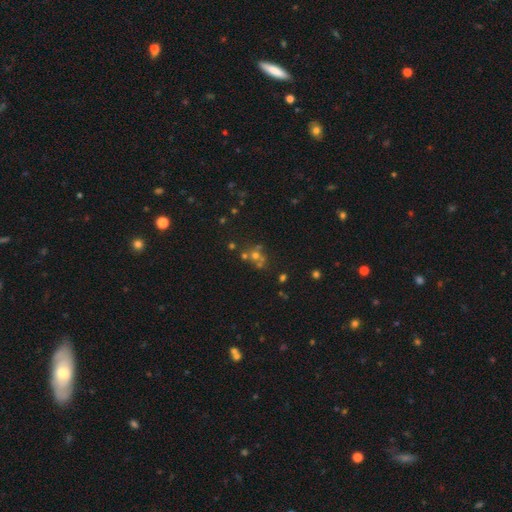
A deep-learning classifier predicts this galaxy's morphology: The model was most divided on "smooth or featured": smooth: 45%, star or artifact: 34%, featured or disk: 21%. More confident: merging — none (53%).